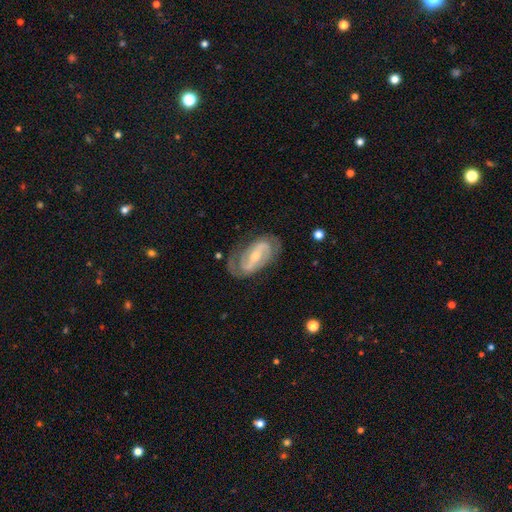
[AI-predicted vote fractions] A featured or disk galaxy (85%) with a strong bar (48%), 2 (83%) medium (45%) spiral arms (93%) and a small central bulge (59%).

Vote fractions:
- Smooth or featured? featured or disk: 85% / smooth: 11% / star or artifact: 5%
- Edge-on disk? no: 95% / yes: 5%
- Bar? strong: 48% / weak: 34% / no: 17%
- Spiral arms? yes: 93% / no: 7%
- Spiral winding? medium: 45% / tight: 36% / loose: 19%
- Spiral arm count? 2: 83% / can't tell: 9% / 1: 4% / 3: 3% / 4: 1% / more than 4: 1%
- Bulge size? small: 59% / moderate: 37% / large: 2% / none: 2% / dominant: 1%
- Merging? none: 70% / minor disturbance: 18% / major disturbance: 10% / merger: 2%